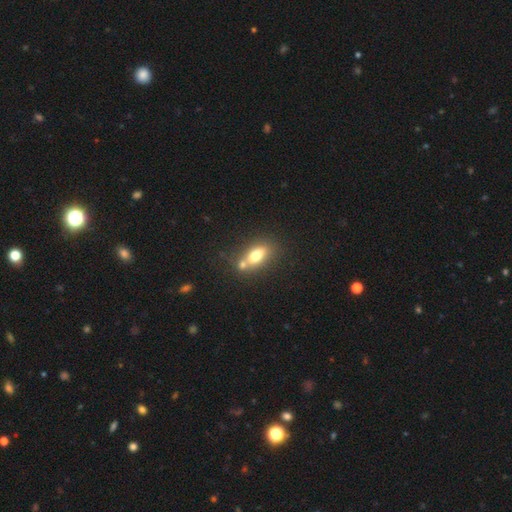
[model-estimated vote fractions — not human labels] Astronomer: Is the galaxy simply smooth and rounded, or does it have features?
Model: smooth — 71%.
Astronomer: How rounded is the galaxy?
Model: in between — 81%.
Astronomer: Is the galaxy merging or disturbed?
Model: none — 50% (runner-up: merger, 34%).